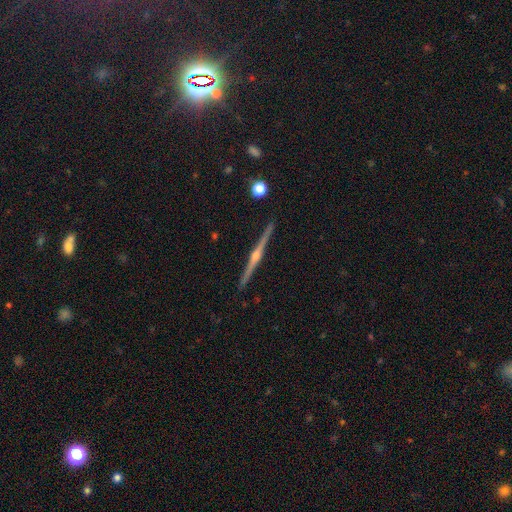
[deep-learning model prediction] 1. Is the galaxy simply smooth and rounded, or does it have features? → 85% featured or disk, 8% smooth, 7% star or artifact.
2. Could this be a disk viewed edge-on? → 99% yes, 1% no.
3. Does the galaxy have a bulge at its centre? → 89% rounded, 6% none, 5% boxy.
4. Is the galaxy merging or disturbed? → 93% none, 5% minor disturbance, 1% merger, 1% major disturbance.